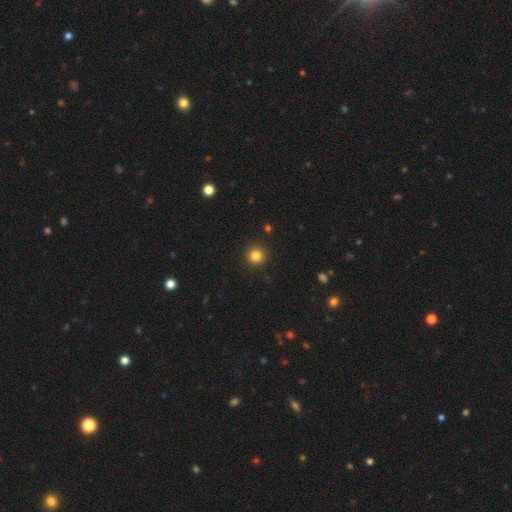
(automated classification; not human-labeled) A smooth galaxy with no disk features (83%) that is round (95%). Merging: none (92%).